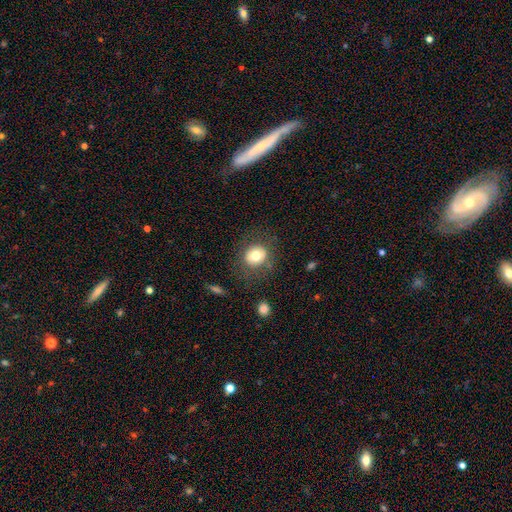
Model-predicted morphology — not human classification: A smooth galaxy with no disk features (73%) that is round (75%). Merging: none (77%).